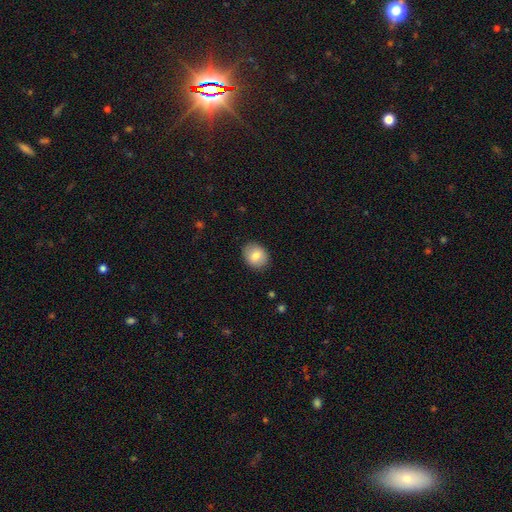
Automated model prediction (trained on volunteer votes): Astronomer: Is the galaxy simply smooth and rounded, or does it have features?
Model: smooth — 79%.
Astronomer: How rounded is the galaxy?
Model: round — 60% (runner-up: in between, 40%).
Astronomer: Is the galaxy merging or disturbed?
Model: none — 87%.